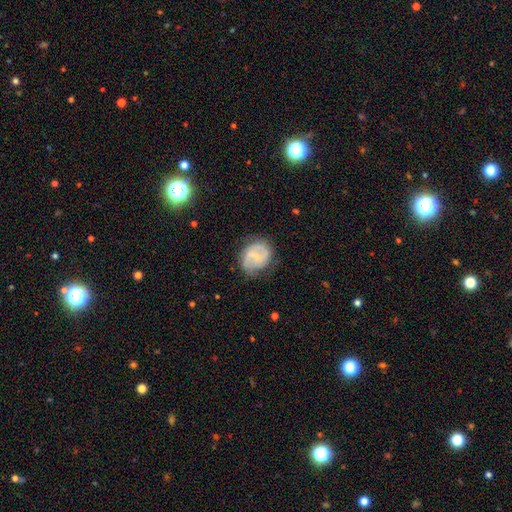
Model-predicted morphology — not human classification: smooth-or-featured: featured or disk: 58% | smooth: 35% | star or artifact: 7%
  disk-edge-on: no: 97% | yes: 3%
    bar: no: 47% | weak: 43% | strong: 10%
    has-spiral-arms: yes: 79% | no: 21%
    bulge-size: small: 66% | moderate: 22% | none: 10% | large: 1% | dominant: 1%
  merging: none: 62% | minor disturbance: 25% | major disturbance: 11% | merger: 2%